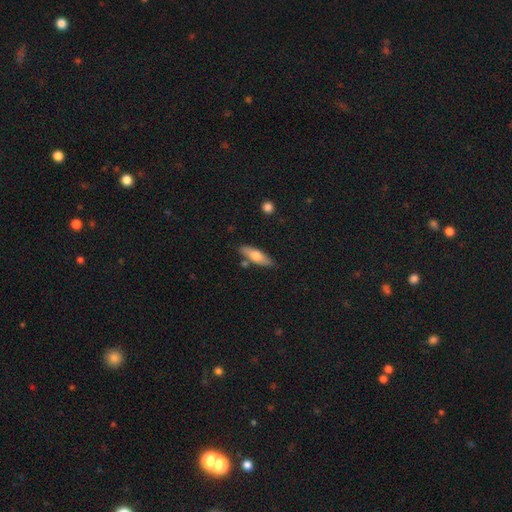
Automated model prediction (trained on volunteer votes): A smooth galaxy with no disk features (64%) that is cigar-shaped (49%, tied with in between). Merging: none (79%).